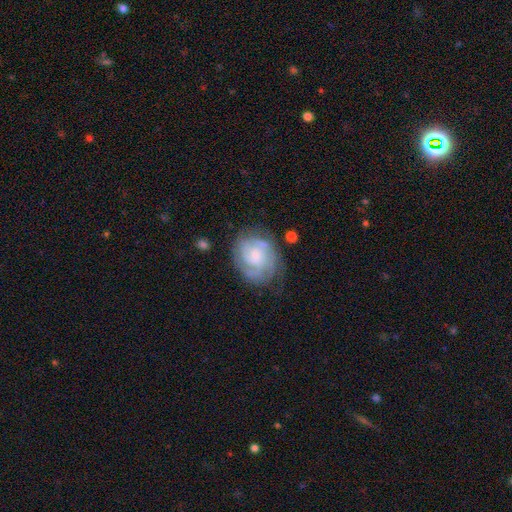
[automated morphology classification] This is likely a featured or disk galaxy (77%). It is clearly not viewed edge-on (98%). Bar: likely no (68%). Spiral arm pattern: clearly yes (92%). Spiral arm count: marginally can't tell (34%). Spiral winding: likely tight (61%). Central bulge: likely small (61%). Merging: likely none (64%).